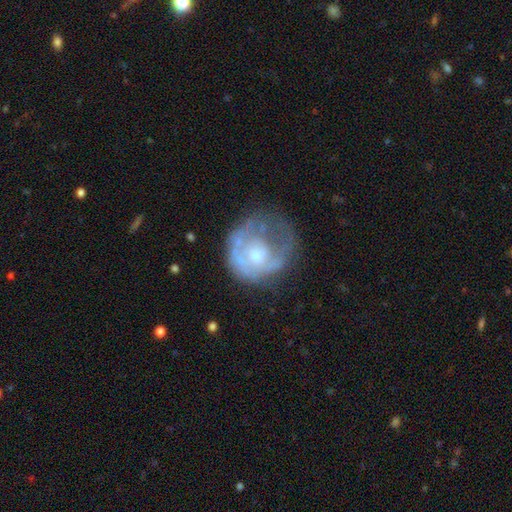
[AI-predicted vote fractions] Smooth or featured? Predicted: featured or disk (p=0.63). Edge-on disk? Predicted: no (p=0.97). Bar? Predicted: no (p=0.81). Spiral arms? Predicted: no (p=0.53). Bulge size? Predicted: moderate (p=0.46). Merging? Predicted: none (p=0.39).